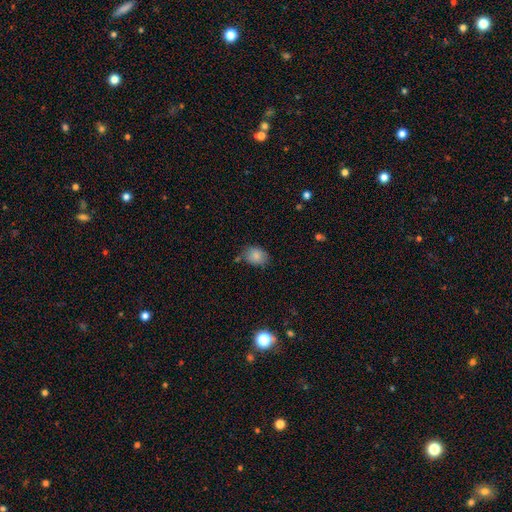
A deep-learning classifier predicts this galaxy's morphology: smooth-or-featured: smooth: 85% | star or artifact: 8% | featured or disk: 7%
  how-rounded: in between: 65% | round: 34% | cigar-shaped: 1%
  merging: none: 71% | minor disturbance: 21% | major disturbance: 4% | merger: 4%